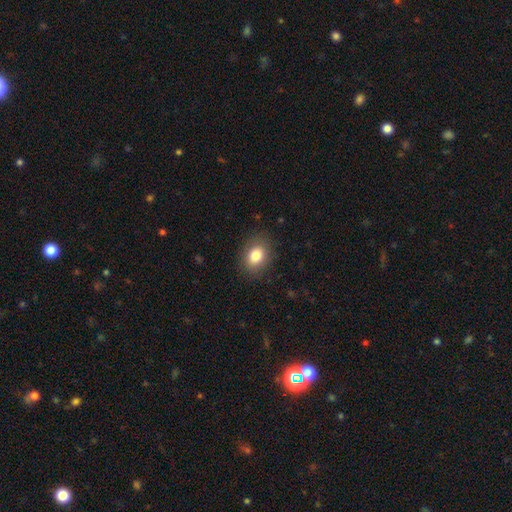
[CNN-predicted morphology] A smooth galaxy with no disk features (82%) that is in between round and cigar-shaped (70%). Merging: none (85%).